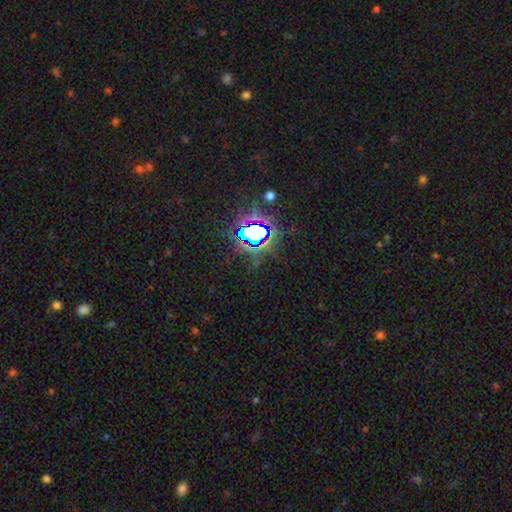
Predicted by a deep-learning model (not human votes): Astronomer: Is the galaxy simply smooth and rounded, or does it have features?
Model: star or artifact — 80%.